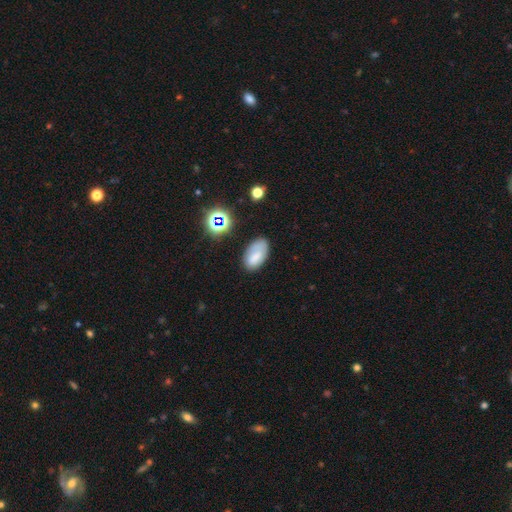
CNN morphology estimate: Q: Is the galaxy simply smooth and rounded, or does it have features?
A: smooth — 72%.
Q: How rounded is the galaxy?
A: in between — 93%.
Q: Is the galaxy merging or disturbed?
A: none — 67%.